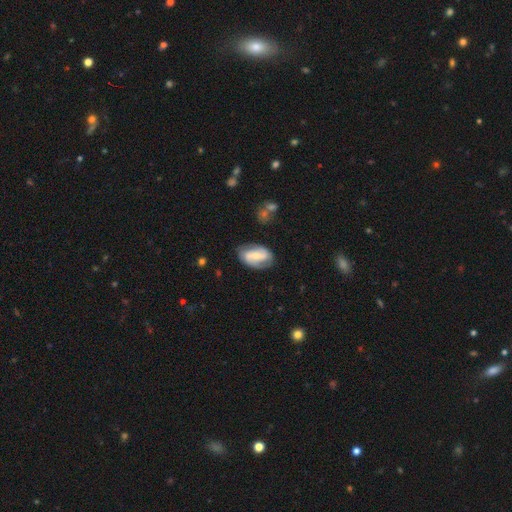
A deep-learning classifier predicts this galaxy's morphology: smooth-or-featured: featured or disk: 66% | smooth: 28% | star or artifact: 6%
  disk-edge-on: no: 96% | yes: 4%
    bar: strong: 38% (tied) | weak: 38% (tied) | no: 24%
    has-spiral-arms: yes: 84% | no: 16%
      spiral-winding: medium: 41% | loose: 32% | tight: 27%
      spiral-arm-count: 2: 83% | can't tell: 10% | 1: 3% | 3: 2% | 4: 1% | more than 4: 1%
    bulge-size: small: 53% | moderate: 39% | none: 4% | large: 3% | dominant: 1%
  merging: none: 73% | minor disturbance: 19% | major disturbance: 6% | merger: 2%